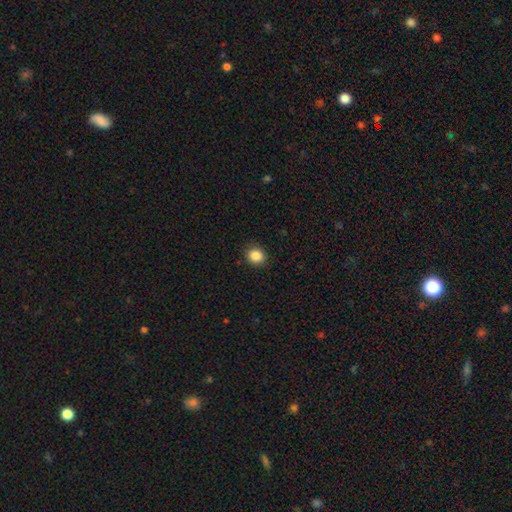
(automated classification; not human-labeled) A smooth galaxy with no disk features (86%) that is round (74%). Merging: none (89%).